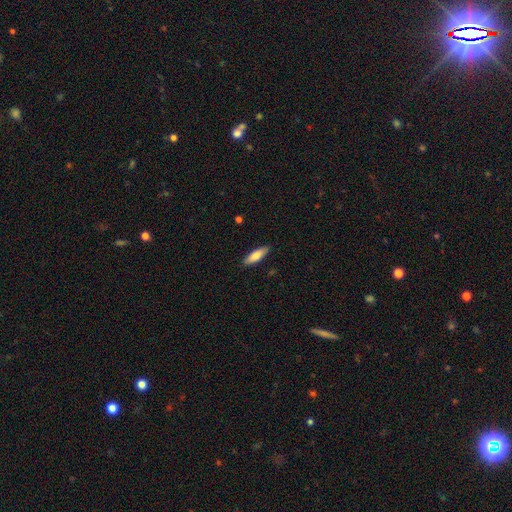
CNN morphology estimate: Smooth or featured? smooth (78%)
How rounded? in between (50%)
Merging? none (88%)